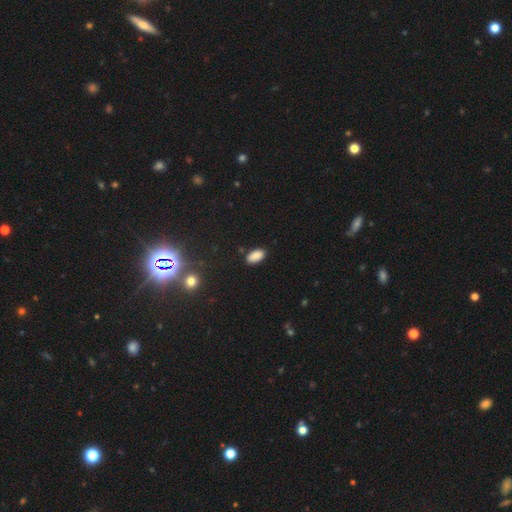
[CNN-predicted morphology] smooth_or_featured: smooth (p=0.87) [alt: star or artifact p=0.09]
how_rounded: in between (p=0.94) [alt: cigar-shaped p=0.03]
merging: none (p=0.85) [alt: minor disturbance p=0.12]